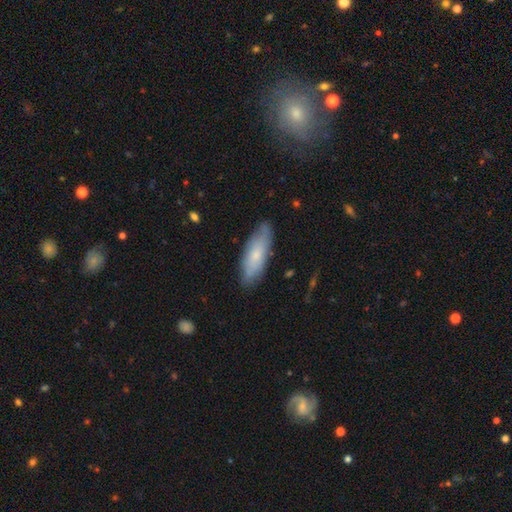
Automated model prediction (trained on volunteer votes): Overall: smooth (66%; featured or disk 28%). How rounded: in between (59%; cigar-shaped 39%). Merging: none (78%).